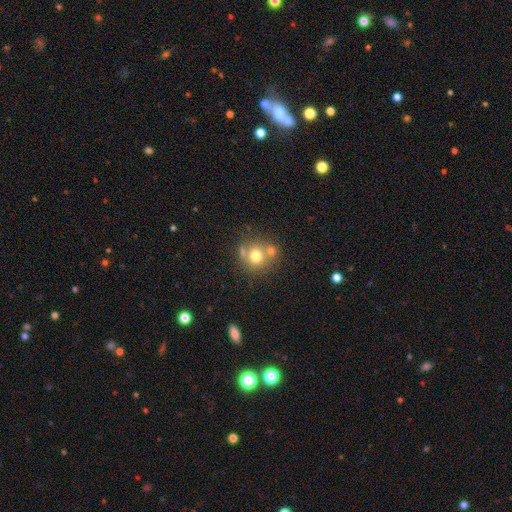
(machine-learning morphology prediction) This is likely a smooth galaxy (70%). How rounded: clearly round (88%). Merging: possibly none (53%).